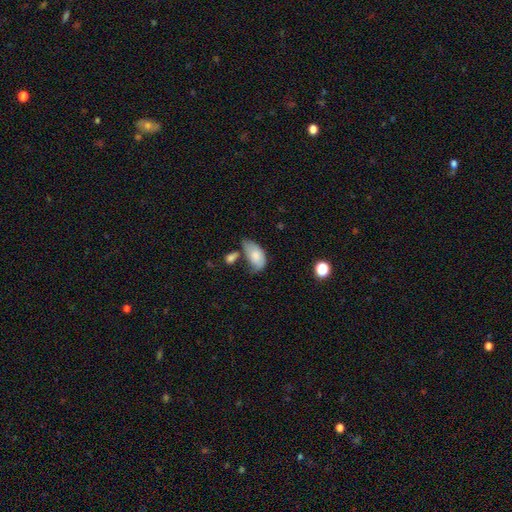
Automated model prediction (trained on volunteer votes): A smooth galaxy with no disk features (78%) that is in between round and cigar-shaped (94%). Merging: minor disturbance (34%).